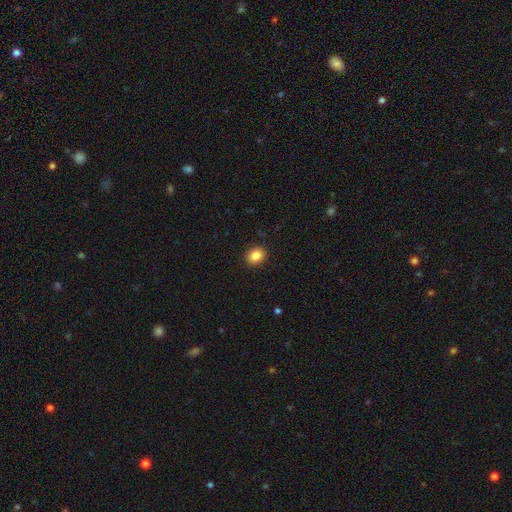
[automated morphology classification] Smooth or featured?
  - smooth: 87% *
  - star or artifact: 9%
  - featured or disk: 4%
How rounded?
  - round: 51% *
  - in between: 48%
  - cigar-shaped: 1%
Merging?
  - none: 91% *
  - minor disturbance: 6%
  - major disturbance: 2%
  - merger: 1%